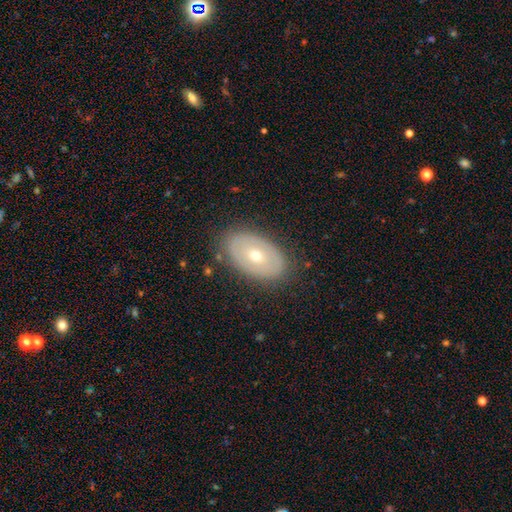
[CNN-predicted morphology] A featured or disk galaxy (50%).

Vote fractions:
- Smooth or featured? featured or disk: 50% / smooth: 43% / star or artifact: 7%
- Merging? none: 84% / minor disturbance: 11% / major disturbance: 4% / merger: 1%